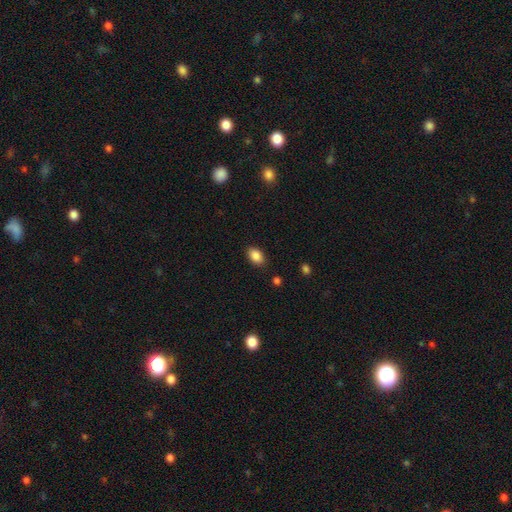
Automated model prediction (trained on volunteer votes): smooth-or-featured: smooth: 88% | star or artifact: 8% | featured or disk: 4%
  how-rounded: in between: 84% | round: 15% | cigar-shaped: 1%
  merging: none: 87% | minor disturbance: 10% | major disturbance: 2% | merger: 1%